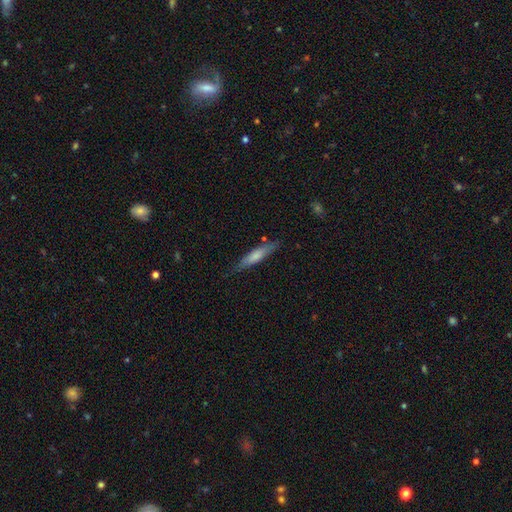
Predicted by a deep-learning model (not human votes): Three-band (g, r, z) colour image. It shows a smooth galaxy with no disk features (65%) that is cigar-shaped (83%). Merging: none (78%).